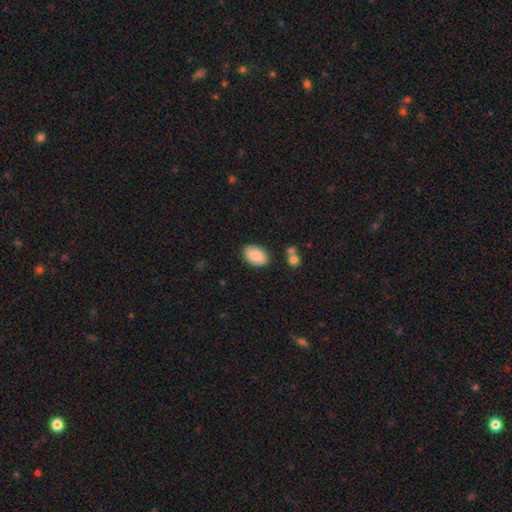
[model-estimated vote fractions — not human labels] Q: Smooth or featured?
A: smooth (88%); runner-up: star or artifact (6%)
Q: How rounded?
A: in between (91%); runner-up: round (8%)
Q: Merging?
A: none (84%); runner-up: minor disturbance (11%)